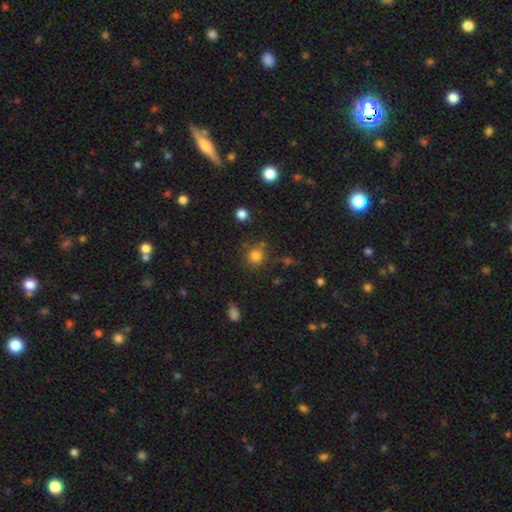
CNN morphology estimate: Smooth or featured? Predicted: smooth (p=0.80). How rounded? Predicted: round (p=0.89). Merging? Predicted: none (p=0.79).